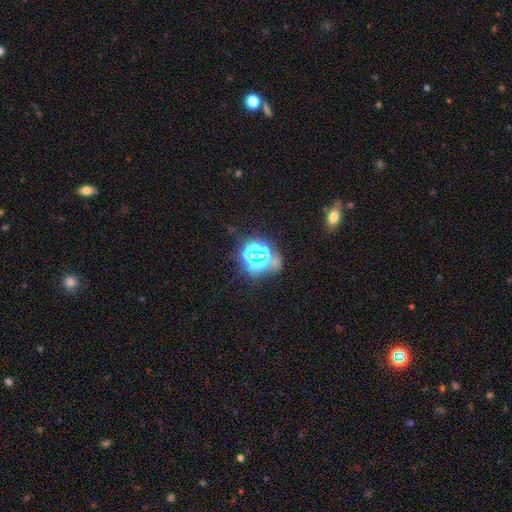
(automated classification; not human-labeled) Morphology: type=star or artifact (64%).